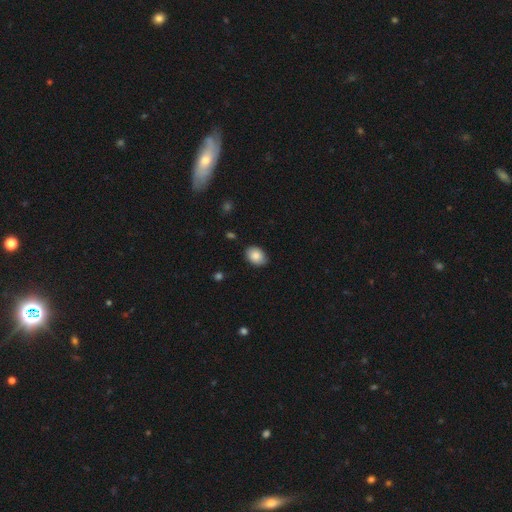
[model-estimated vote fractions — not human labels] smooth_or_featured: smooth (p=0.86) [alt: star or artifact p=0.07]
how_rounded: in between (p=0.74) [alt: round p=0.25]
merging: none (p=0.83) [alt: minor disturbance p=0.14]